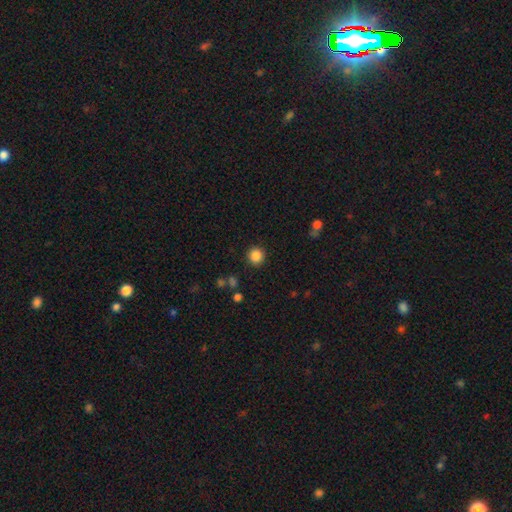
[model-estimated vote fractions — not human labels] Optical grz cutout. It shows a smooth galaxy with no disk features (86%) that is round (94%). Merging: none (91%).